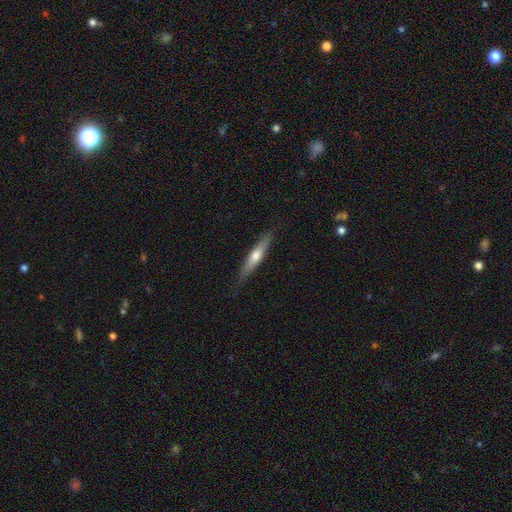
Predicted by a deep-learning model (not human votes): This appears to be a smooth galaxy with no disk features (51%) that is cigar-shaped (88%). Merging: none (83%).